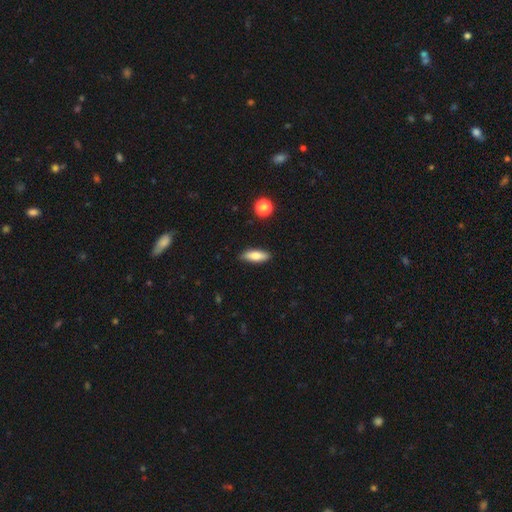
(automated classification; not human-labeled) Smooth or featured? smooth (76%)
How rounded? in between (58%)
Merging? none (88%)